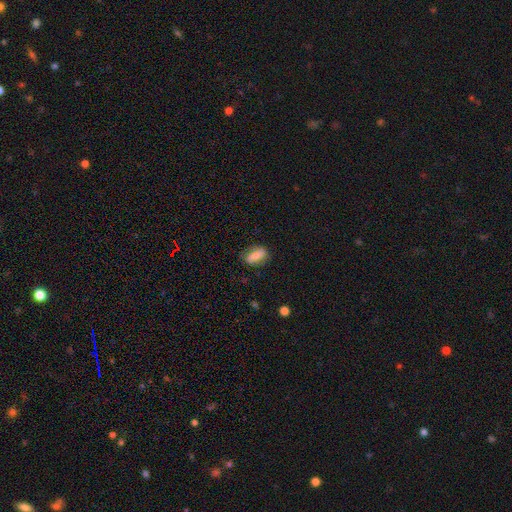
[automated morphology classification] smooth-or-featured: smooth: 60% | featured or disk: 33% | star or artifact: 8%
  how-rounded: in between: 80% | cigar-shaped: 11% | round: 9%
  merging: none: 75% | minor disturbance: 18% | major disturbance: 5% | merger: 1%